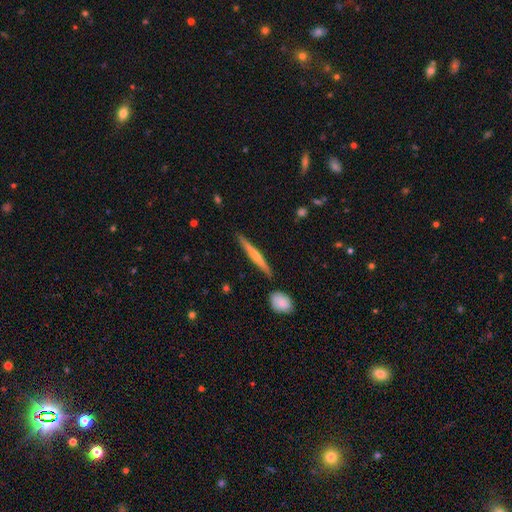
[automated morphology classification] This is possibly a featured or disk galaxy (55%). It is clearly viewed edge-on (97%). Edge-on bulge: likely rounded (61%). Merging: clearly none (87%).